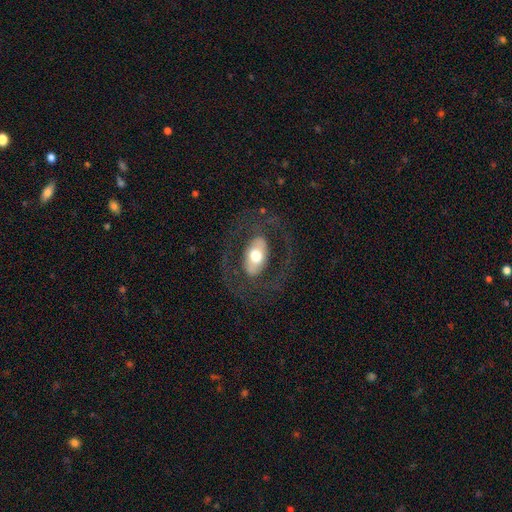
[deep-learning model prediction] This is possibly a featured or disk galaxy (59%). It is clearly not viewed edge-on (91%). Bar: possibly no (55%). Spiral arm pattern: possibly no (54%). Central bulge: possibly moderate (57%). Merging: likely none (75%).